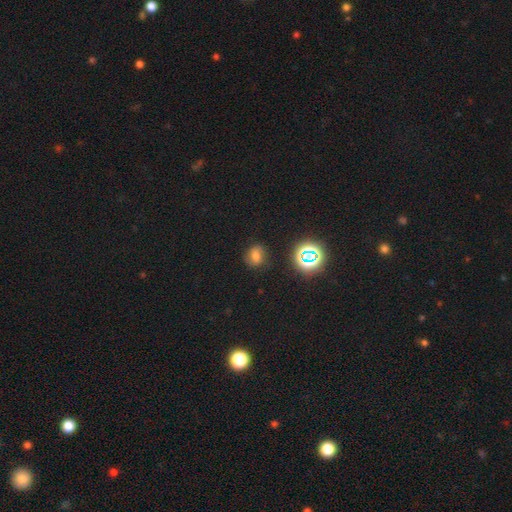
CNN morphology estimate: This is possibly a smooth galaxy (59%). How rounded: possibly round (54%). Merging: likely none (77%).